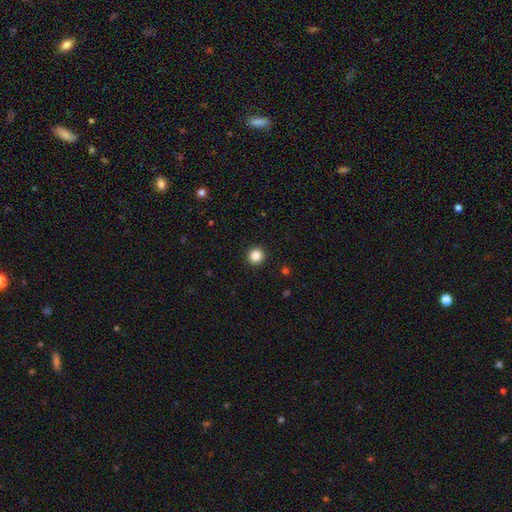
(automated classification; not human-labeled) This appears to be a smooth galaxy with no disk features (85%) that is round (95%). Merging: none (94%).